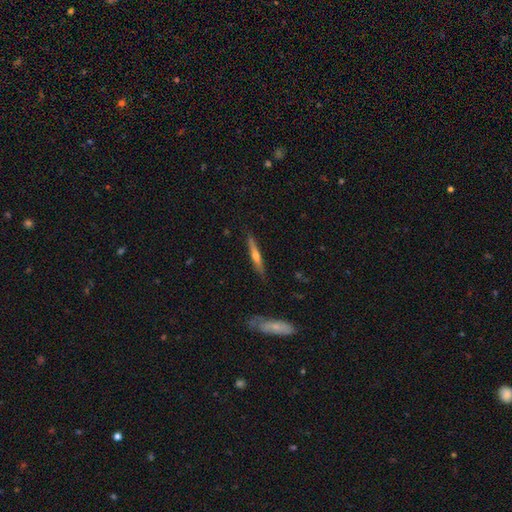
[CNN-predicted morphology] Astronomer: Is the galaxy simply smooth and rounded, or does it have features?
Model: featured or disk — 60%.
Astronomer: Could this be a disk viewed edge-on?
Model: yes — 96%.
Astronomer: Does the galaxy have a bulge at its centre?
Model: rounded — 82%.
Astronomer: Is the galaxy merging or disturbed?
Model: none — 86%.